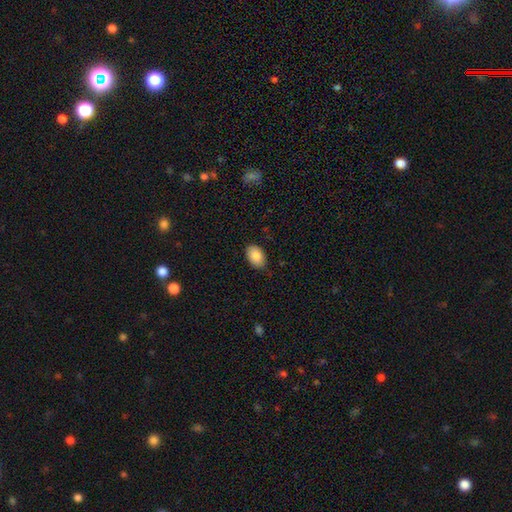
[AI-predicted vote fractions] smooth-or-featured: smooth: 86% | featured or disk: 7% | star or artifact: 7%
  how-rounded: in between: 87% | round: 12% | cigar-shaped: 1%
  merging: none: 82% | minor disturbance: 15% | major disturbance: 2% | merger: 1%